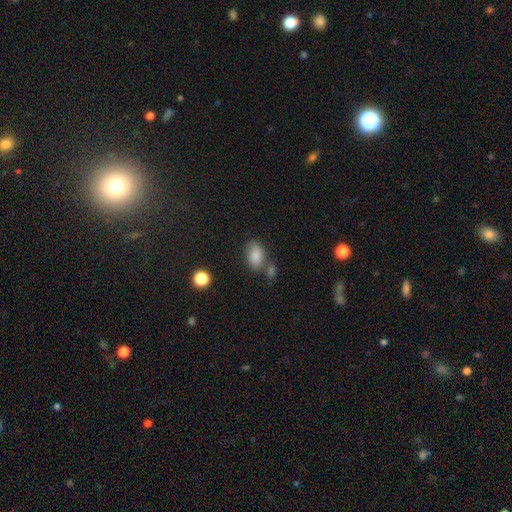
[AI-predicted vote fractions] Smooth or featured: smooth — 84% (star or artifact — 9%)
How rounded: in between — 86% (round — 12%)
Merging: none — 60% (merger — 19%)